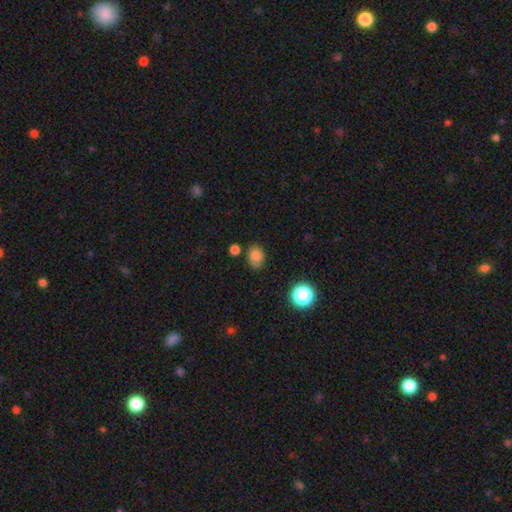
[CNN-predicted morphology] Smooth or featured: smooth — 81% (star or artifact — 12%)
How rounded: in between — 70% (round — 29%)
Merging: none — 77% (minor disturbance — 15%)